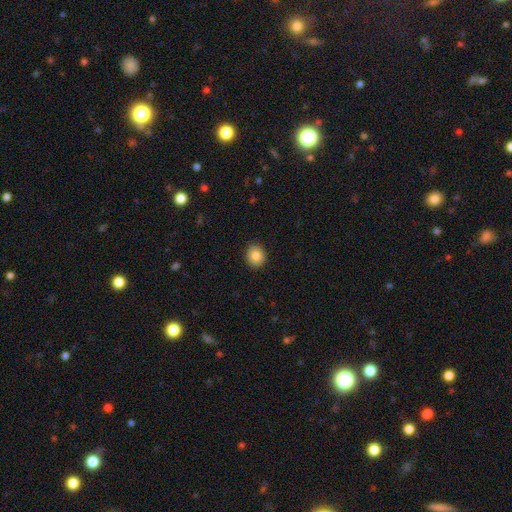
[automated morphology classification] smooth-or-featured: smooth: 84% | star or artifact: 9% | featured or disk: 7%
  how-rounded: round: 73% | in between: 26% | cigar-shaped: 1%
  merging: none: 90% | minor disturbance: 7% | major disturbance: 2% | merger: 1%